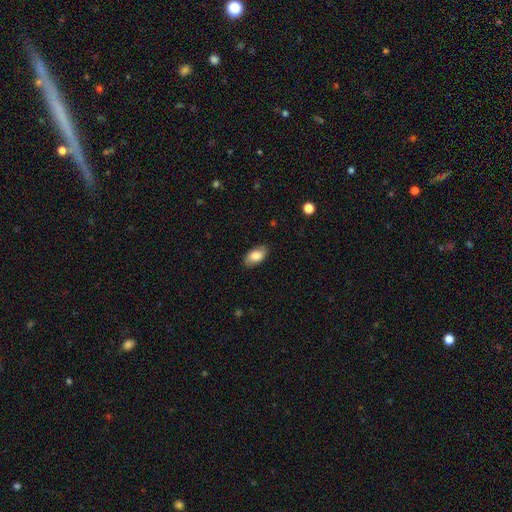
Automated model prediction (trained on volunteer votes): smooth-or-featured: smooth: 78% | featured or disk: 15% | star or artifact: 7%
  how-rounded: in between: 93% | round: 4% | cigar-shaped: 3%
  merging: none: 84% | minor disturbance: 13% | major disturbance: 3% | merger: 1%